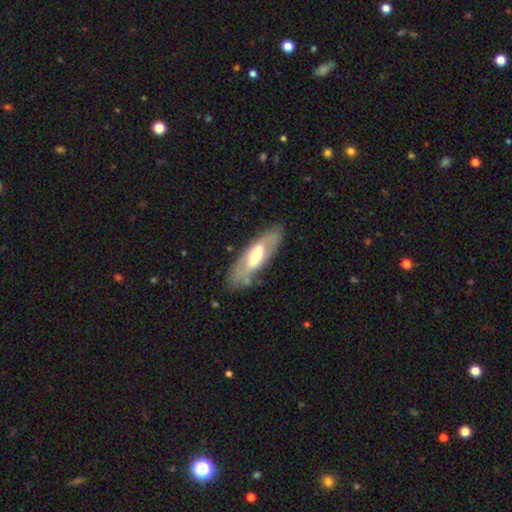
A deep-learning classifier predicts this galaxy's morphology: smooth-or-featured: featured or disk: 51% | smooth: 43% | star or artifact: 6%
  disk-edge-on: no: 67% | yes: 33%
  merging: none: 78% | minor disturbance: 15% | major disturbance: 5% | merger: 3%